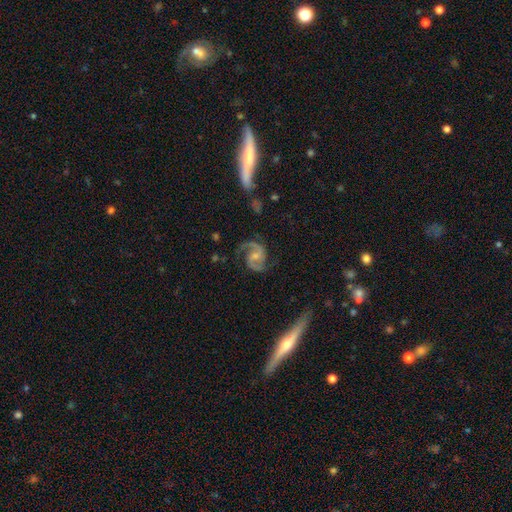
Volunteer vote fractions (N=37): smooth_or_featured: featured or disk (p=0.95) [alt: smooth p=0.03]
disk_edge_on: no (p=1.00)
bar: weak (p=0.51) [alt: no p=0.43]
has_spiral_arms: yes (p=0.97) [alt: no p=0.03]
spiral_winding: medium (p=0.68) [alt: loose p=0.18]
spiral_arm_count: 2 (p=0.91) [alt: 3 p=0.03]
bulge_size: small (p=0.49) [alt: moderate p=0.34]
merging: none (p=0.72) [alt: major disturbance p=0.17]